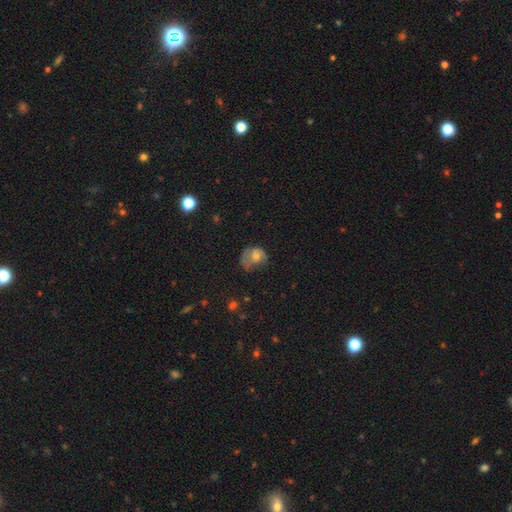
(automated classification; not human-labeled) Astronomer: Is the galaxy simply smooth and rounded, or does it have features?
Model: smooth — 57%.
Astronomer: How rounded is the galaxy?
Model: round — 55% (runner-up: in between, 43%).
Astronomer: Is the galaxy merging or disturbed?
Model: none — 35% (runner-up: major disturbance, 32%).